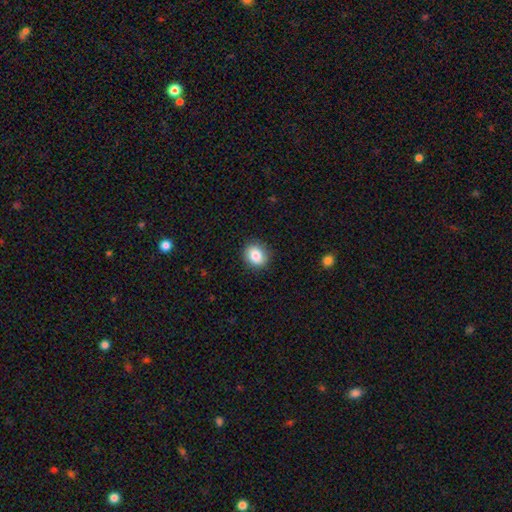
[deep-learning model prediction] Smooth or featured: smooth — 84% (star or artifact — 9%)
How rounded: round — 71% (in between — 28%)
Merging: none — 88% (minor disturbance — 9%)